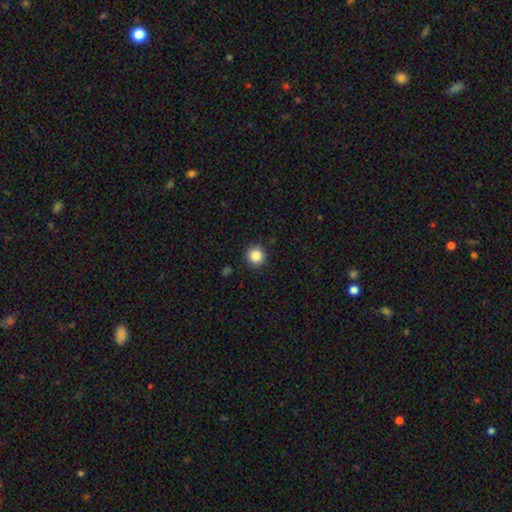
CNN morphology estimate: smooth 87%, star or artifact 10%, featured or disk 3%. Down the decision tree: how rounded — round (94%); merging — none (91%).